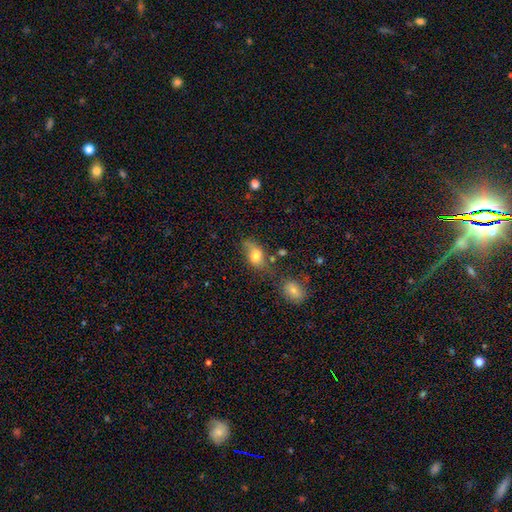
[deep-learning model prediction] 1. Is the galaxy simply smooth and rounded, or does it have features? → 70% smooth, 19% featured or disk, 11% star or artifact.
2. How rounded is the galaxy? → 79% in between, 17% round, 3% cigar-shaped.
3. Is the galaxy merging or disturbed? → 48% none, 27% minor disturbance, 13% merger, 12% major disturbance.